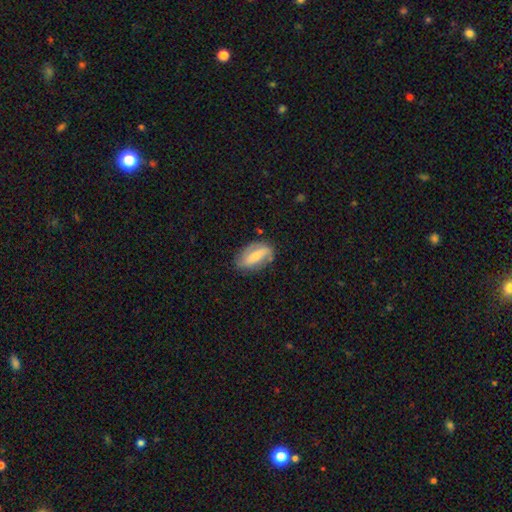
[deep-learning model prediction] smooth-or-featured: featured or disk: 61% | smooth: 33% | star or artifact: 6%
  disk-edge-on: no: 89% | yes: 11%
    bar: strong: 45% | weak: 30% | no: 25%
    has-spiral-arms: yes: 74% | no: 26%
    bulge-size: small: 54% | moderate: 41% | large: 2% | none: 2% | dominant: 1%
  merging: none: 72% | minor disturbance: 20% | major disturbance: 6% | merger: 2%